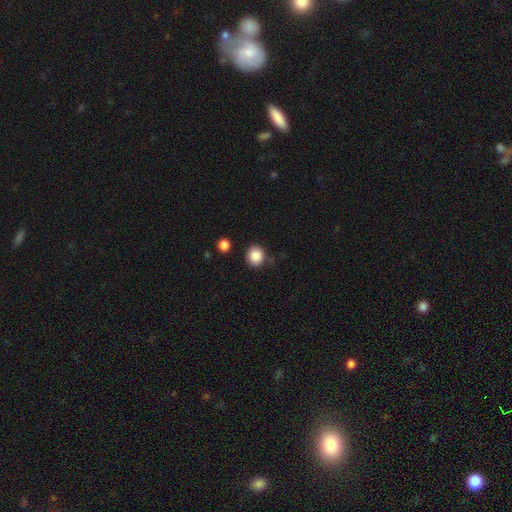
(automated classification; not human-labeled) A smooth galaxy with no disk features (86%) that is round (84%). Merging: none (84%).